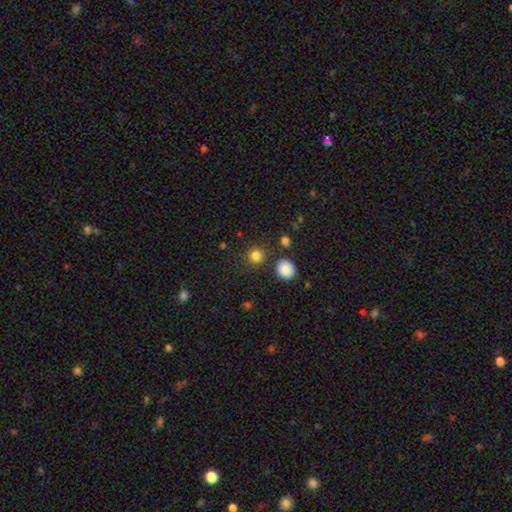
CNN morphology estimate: This appears to be a smooth galaxy with no disk features (83%) that is round (90%). Merging: none (84%).